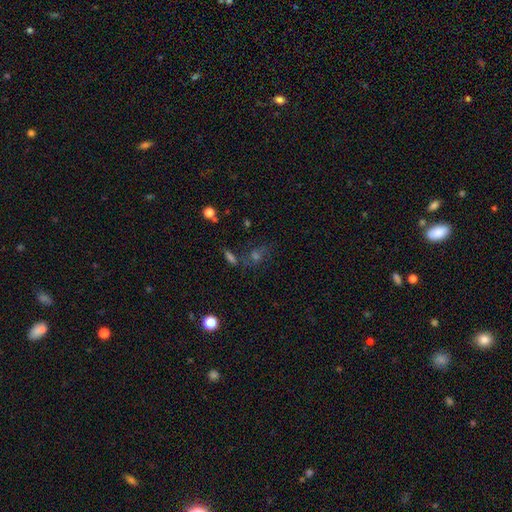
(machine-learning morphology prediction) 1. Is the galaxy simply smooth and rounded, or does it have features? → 37% smooth, 35% star or artifact, 28% featured or disk.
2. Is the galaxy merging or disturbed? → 55% none, 21% merger, 14% minor disturbance, 10% major disturbance.